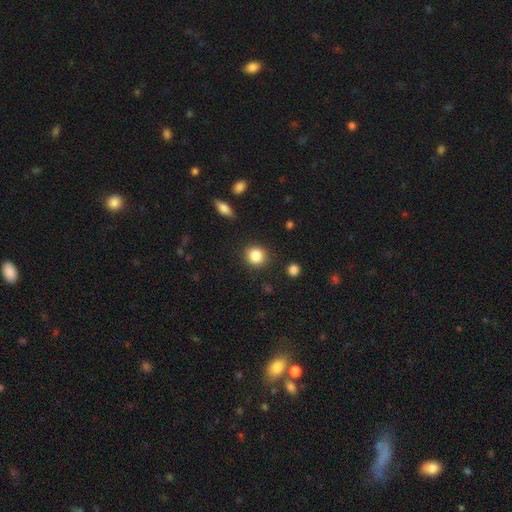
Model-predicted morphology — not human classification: This is clearly a smooth galaxy (84%). How rounded: clearly round (85%). Merging: clearly none (87%).